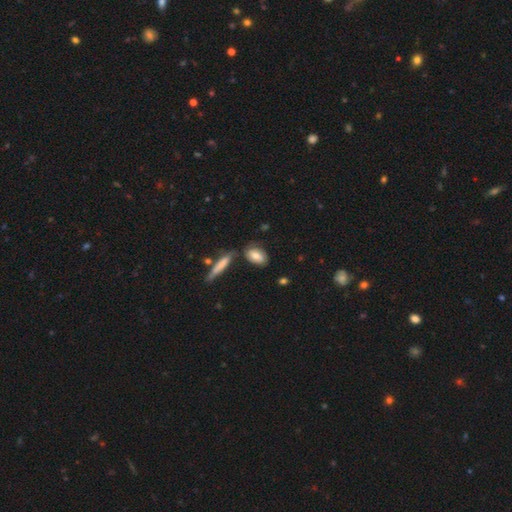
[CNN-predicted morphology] The model was most divided on "smooth or featured": smooth: 67%, featured or disk: 26%, star or artifact: 7%. More confident: how rounded — in between (81%); merging — none (64%).